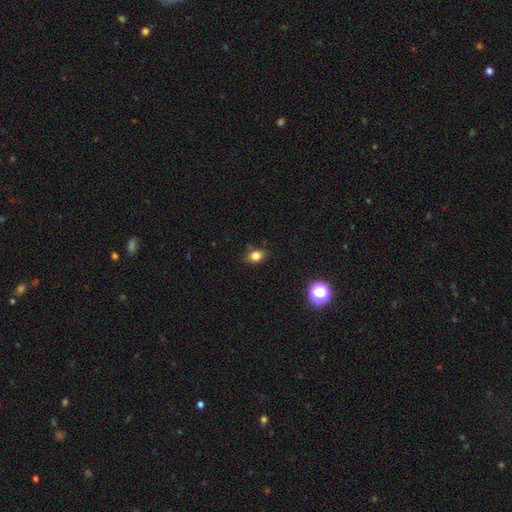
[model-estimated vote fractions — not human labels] The model was most divided on "how rounded": in between: 62%, round: 37%, cigar-shaped: 1%. More confident: merging — none (83%); smooth or featured — smooth (82%).